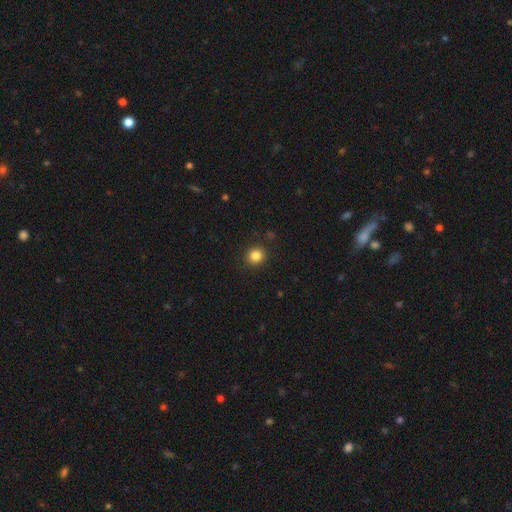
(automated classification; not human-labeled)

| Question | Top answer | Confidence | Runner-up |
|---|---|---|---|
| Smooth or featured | smooth | 84% | star or artifact (12%) |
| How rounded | round | 89% | in between (10%) |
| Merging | none | 90% | minor disturbance (6%) |